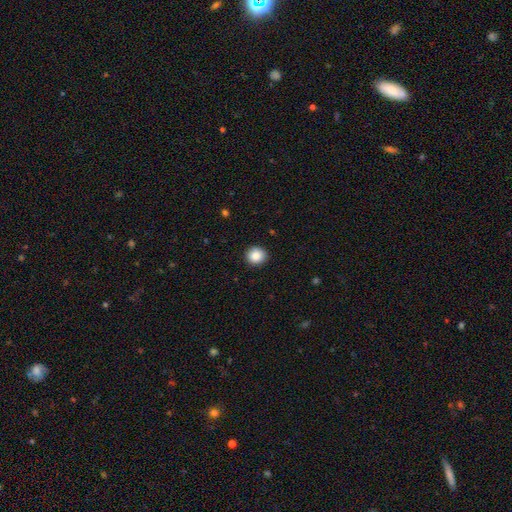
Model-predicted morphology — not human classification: A smooth galaxy with no disk features (87%) that is round (89%). Merging: none (91%).